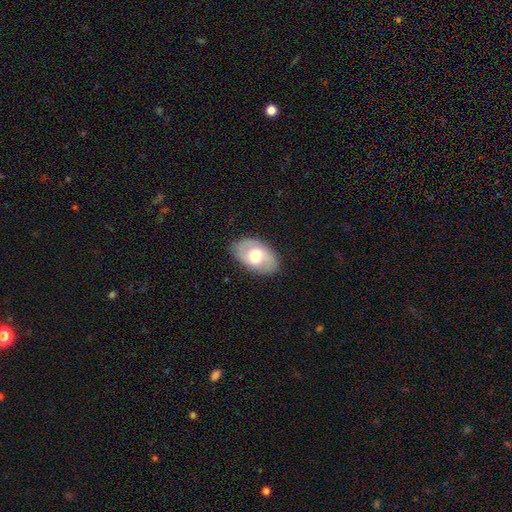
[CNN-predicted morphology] type=featured or disk (50%); merging=none (82%).